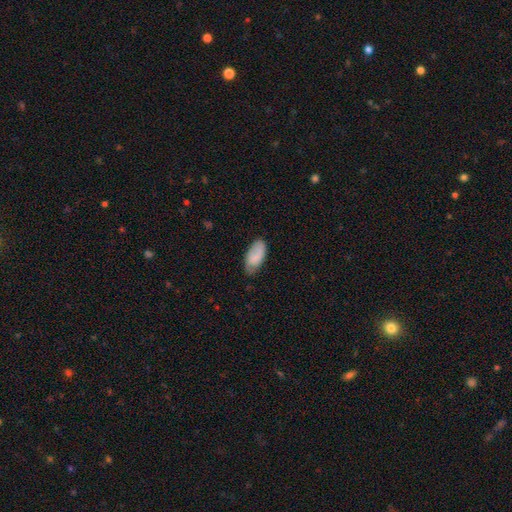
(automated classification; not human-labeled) This is likely a smooth galaxy (79%). How rounded: clearly in between (93%). Merging: likely none (66%).